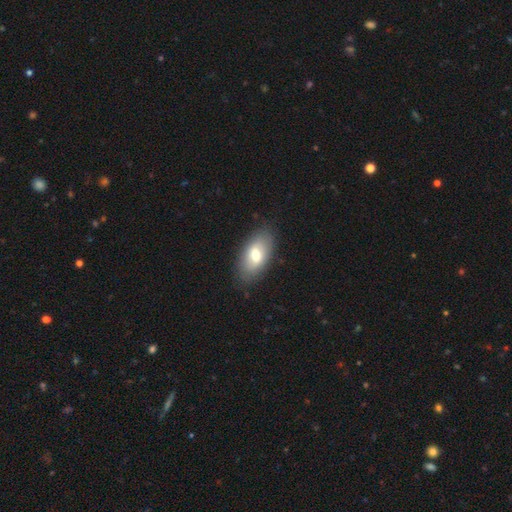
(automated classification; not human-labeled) This is likely a smooth galaxy (68%). How rounded: clearly in between (92%). Merging: clearly none (83%).